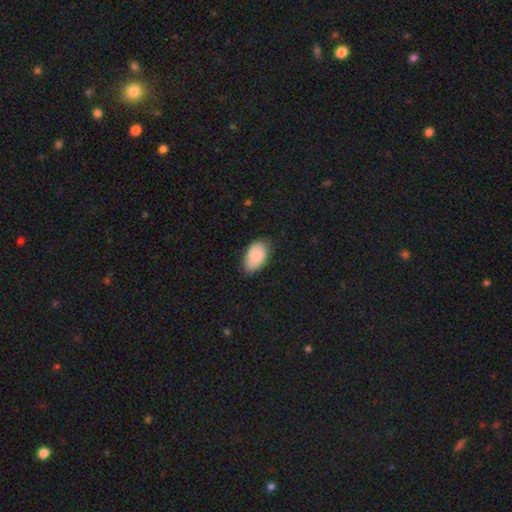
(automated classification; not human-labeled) Smooth or featured?
  - smooth: 87% *
  - featured or disk: 7%
  - star or artifact: 6%
How rounded?
  - in between: 94% *
  - round: 5%
  - cigar-shaped: 1%
Merging?
  - none: 79% *
  - minor disturbance: 17%
  - major disturbance: 3%
  - merger: 1%